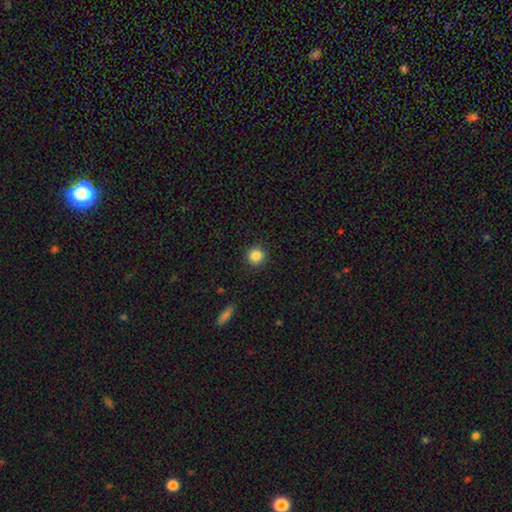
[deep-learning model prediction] Smooth or featured? smooth (86%)
How rounded? round (94%)
Merging? none (91%)